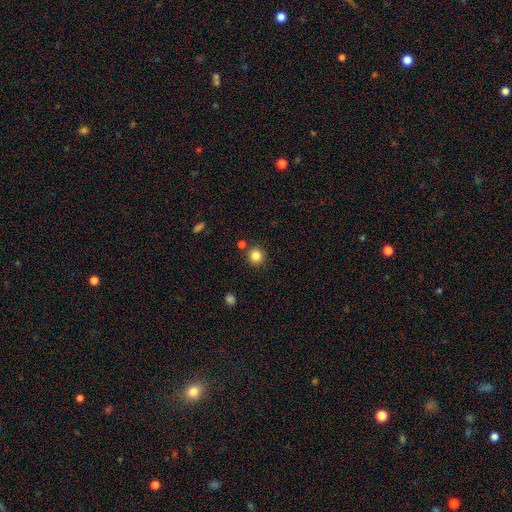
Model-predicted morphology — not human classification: Smooth or featured?
  - smooth: 83% *
  - star or artifact: 12%
  - featured or disk: 5%
How rounded?
  - round: 93% *
  - in between: 6%
  - cigar-shaped: 1%
Merging?
  - none: 84% *
  - minor disturbance: 7%
  - merger: 6%
  - major disturbance: 2%